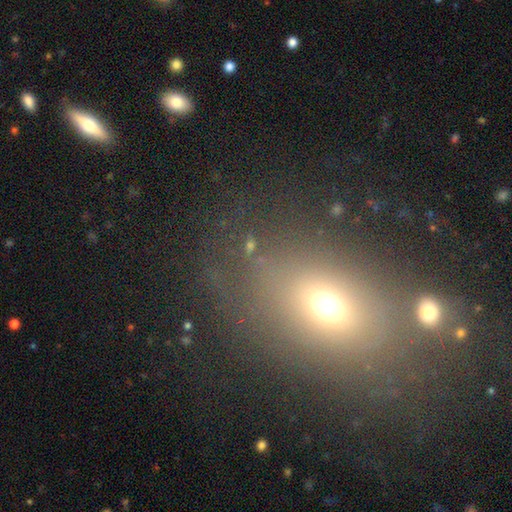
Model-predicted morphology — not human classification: Smooth or featured: smooth — 58% (star or artifact — 25%)
How rounded: in between — 66% (round — 31%)
Merging: none — 73% (minor disturbance — 12%)